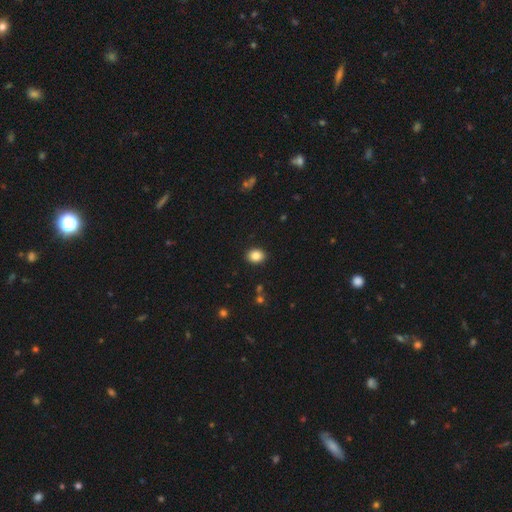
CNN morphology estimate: type=smooth (86%); roundness=in between (53%); merging=none (90%).